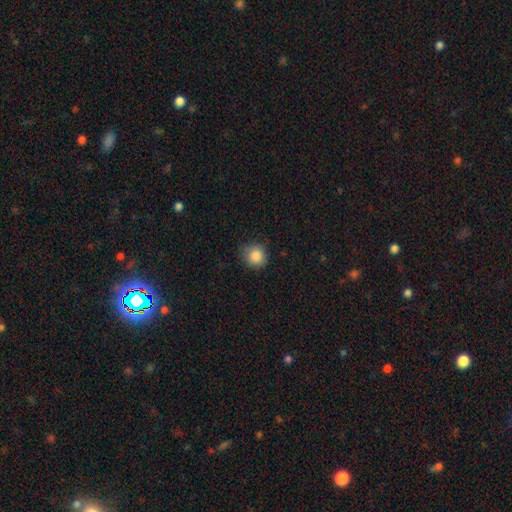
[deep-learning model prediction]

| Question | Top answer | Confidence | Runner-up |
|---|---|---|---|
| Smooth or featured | smooth | 87% | star or artifact (10%) |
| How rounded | round | 88% | in between (11%) |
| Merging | none | 81% | minor disturbance (15%) |